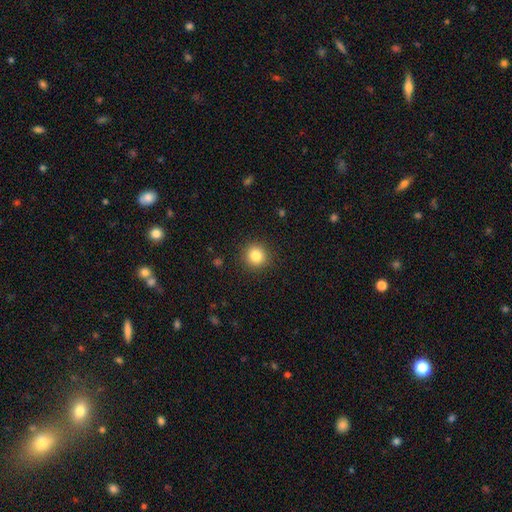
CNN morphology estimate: Smooth or featured? smooth (83%)
How rounded? round (92%)
Merging? none (91%)